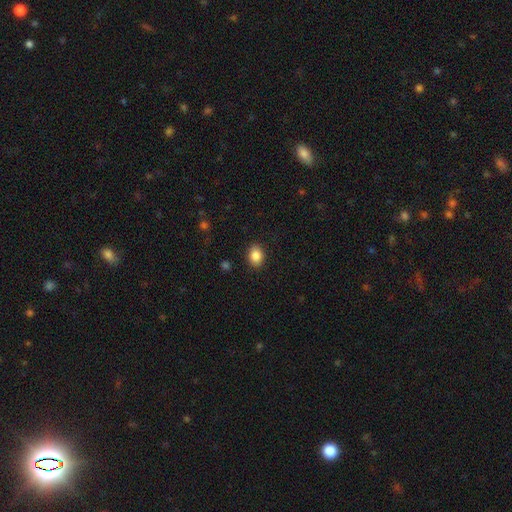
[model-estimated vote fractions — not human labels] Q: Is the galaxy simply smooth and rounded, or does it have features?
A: smooth — 86%.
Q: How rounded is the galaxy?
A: in between — 66%.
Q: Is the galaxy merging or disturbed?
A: none — 88%.